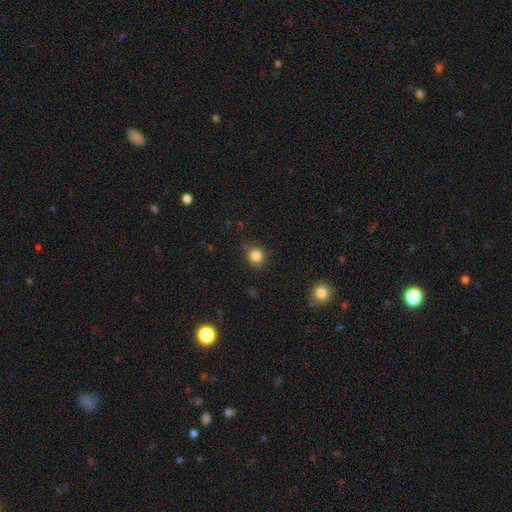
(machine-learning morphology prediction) smooth_or_featured: smooth (p=0.83) [alt: star or artifact p=0.12]
how_rounded: round (p=0.85) [alt: in between p=0.14]
merging: none (p=0.80) [alt: minor disturbance p=0.15]